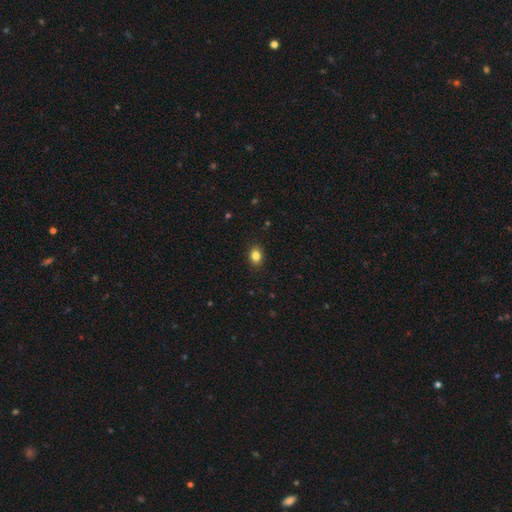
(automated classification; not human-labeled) Smooth or featured: smooth — 84% (star or artifact — 10%)
How rounded: in between — 62% (round — 37%)
Merging: none — 89% (minor disturbance — 8%)